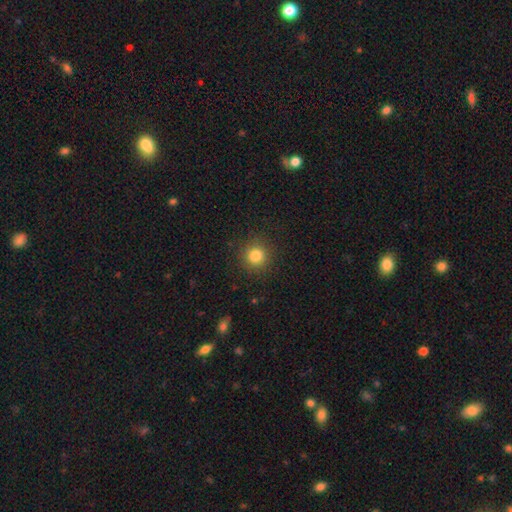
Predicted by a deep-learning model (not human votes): smooth-or-featured: smooth: 82% | star or artifact: 13% | featured or disk: 5%
  how-rounded: round: 94% | in between: 5% | cigar-shaped: 1%
  merging: none: 90% | minor disturbance: 6% | major disturbance: 3% | merger: 1%